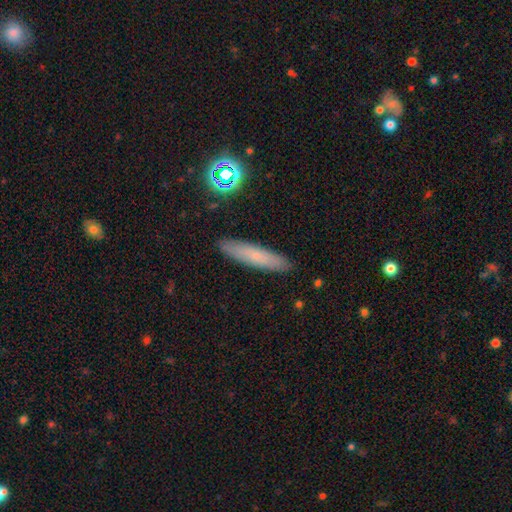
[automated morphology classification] type=smooth (67%); roundness=cigar-shaped (84%); merging=none (90%).